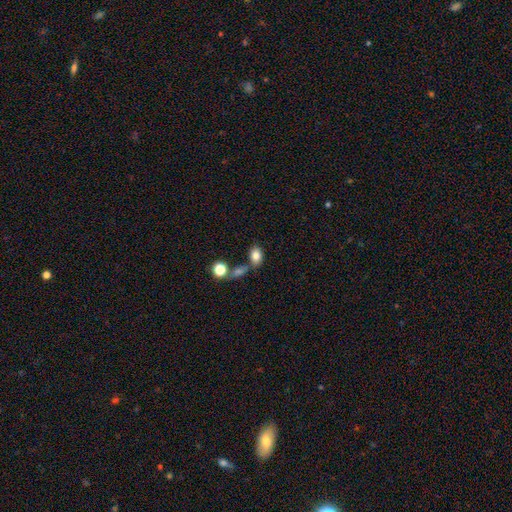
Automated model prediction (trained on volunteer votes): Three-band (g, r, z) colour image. It shows a smooth galaxy with no disk features (82%) that is in between round and cigar-shaped (78%). Merging: none (56%).